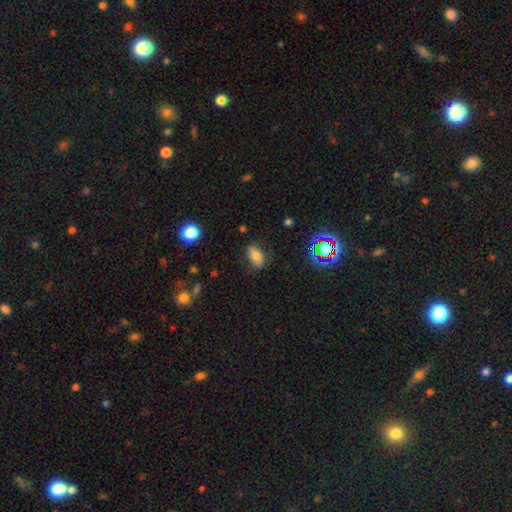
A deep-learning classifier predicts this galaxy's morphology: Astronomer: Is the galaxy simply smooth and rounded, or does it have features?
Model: smooth — 76%.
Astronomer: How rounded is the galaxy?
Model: in between — 88%.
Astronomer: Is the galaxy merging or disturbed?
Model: none — 79%.